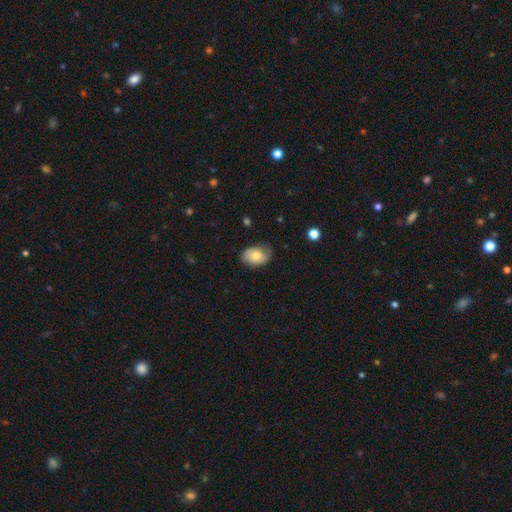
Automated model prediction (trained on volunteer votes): smooth-or-featured: smooth: 65% | featured or disk: 27% | star or artifact: 7%
  how-rounded: in between: 79% | round: 20% | cigar-shaped: 1%
  merging: none: 66% | minor disturbance: 27% | major disturbance: 6% | merger: 1%